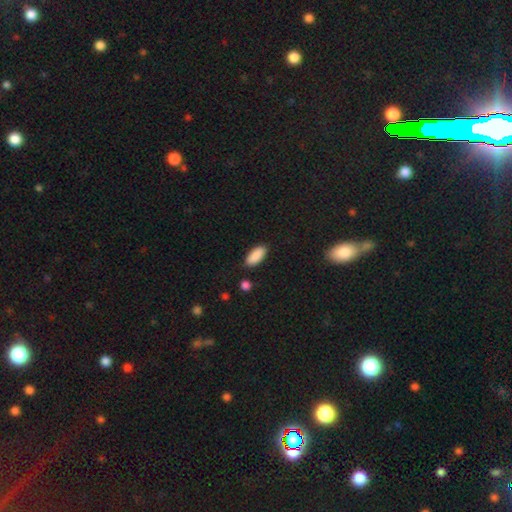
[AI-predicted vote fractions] Q: Smooth or featured?
A: smooth (90%); runner-up: star or artifact (6%)
Q: How rounded?
A: in between (84%); runner-up: cigar-shaped (14%)
Q: Merging?
A: none (86%); runner-up: minor disturbance (9%)